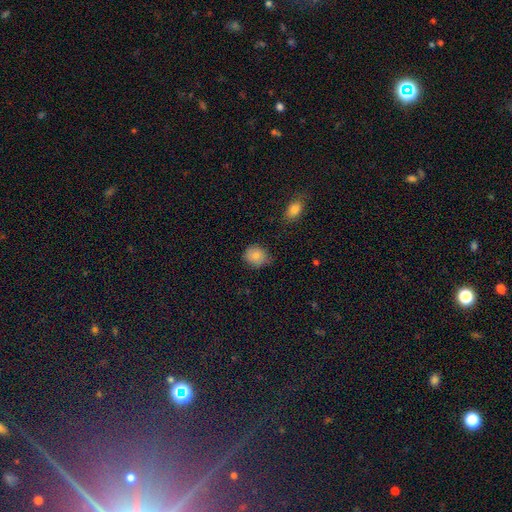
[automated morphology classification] smooth 83%, star or artifact 9%, featured or disk 8%. Down the decision tree: how rounded — round (73%); merging — none (72%).